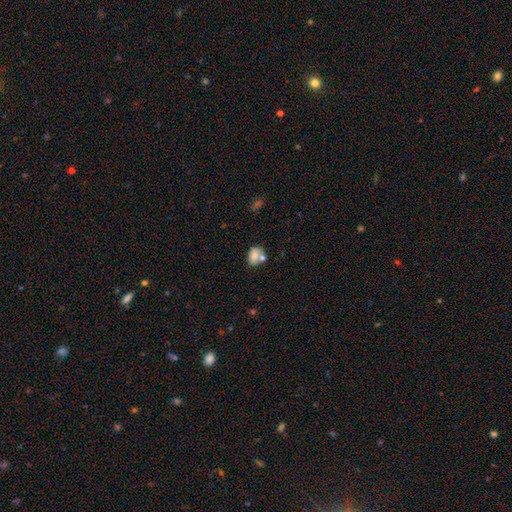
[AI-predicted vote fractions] A smooth galaxy with no disk features (76%) that is in between round and cigar-shaped (71%).

Vote fractions:
- Smooth or featured? smooth: 76% / featured or disk: 14% / star or artifact: 10%
- How rounded? in between: 71% / round: 28% / cigar-shaped: 1%
- Merging? none: 46% / merger: 31% / minor disturbance: 16% / major disturbance: 6%